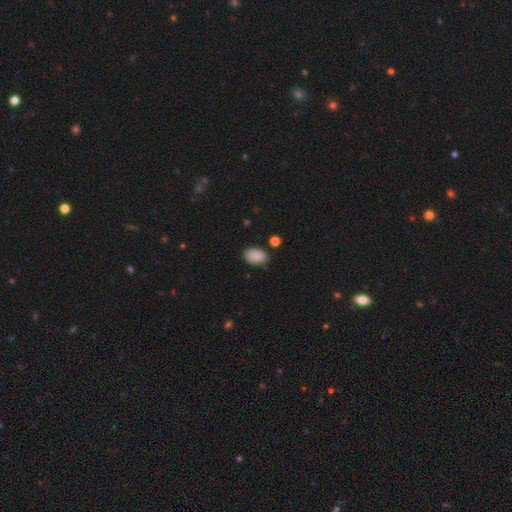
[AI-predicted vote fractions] smooth-or-featured: smooth: 88% | star or artifact: 8% | featured or disk: 3%
  how-rounded: in between: 87% | round: 11% | cigar-shaped: 1%
  merging: none: 81% | minor disturbance: 13% | major disturbance: 3% | merger: 3%